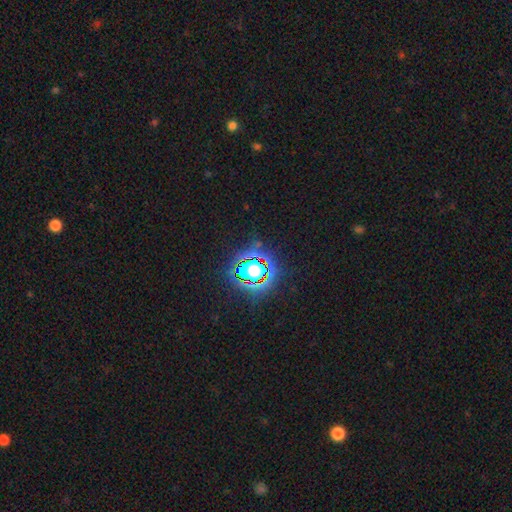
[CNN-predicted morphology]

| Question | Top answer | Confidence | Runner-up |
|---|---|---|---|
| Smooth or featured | star or artifact | 81% | smooth (11%) |